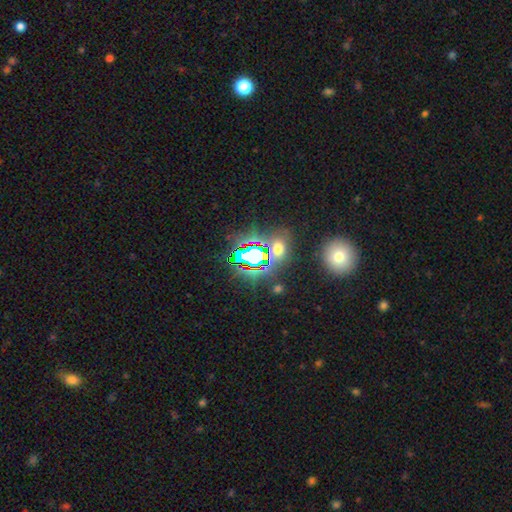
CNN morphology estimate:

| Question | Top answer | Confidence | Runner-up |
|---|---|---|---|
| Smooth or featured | star or artifact | 65% | smooth (24%) |